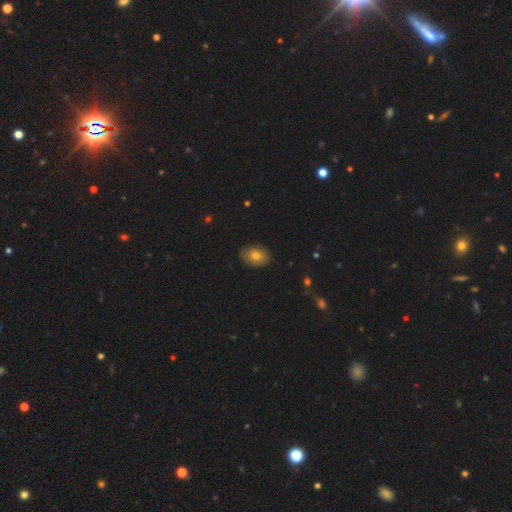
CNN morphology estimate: A smooth galaxy with no disk features (75%) that is in between round and cigar-shaped (77%). Merging: none (84%).